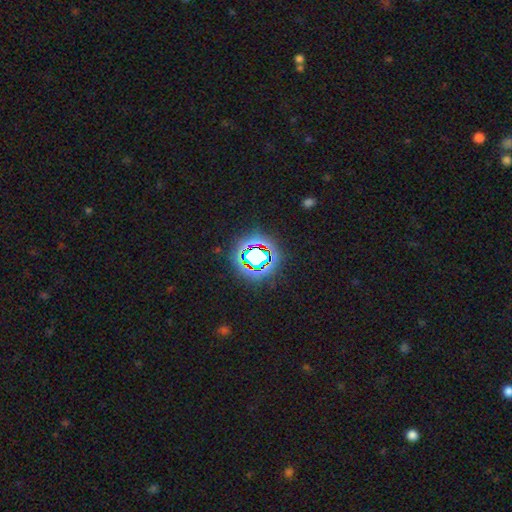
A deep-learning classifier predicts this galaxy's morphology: Smooth or featured? Predicted: star or artifact (p=0.65).